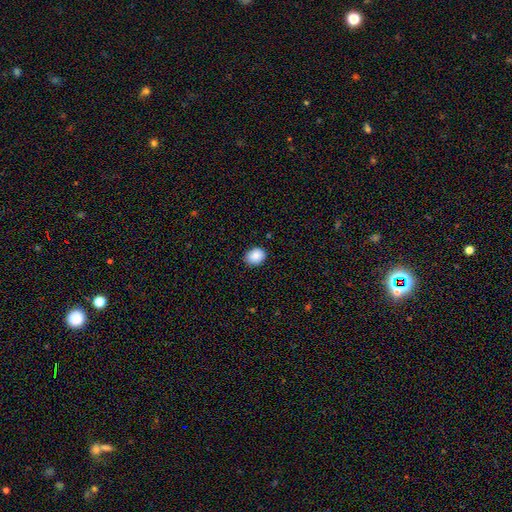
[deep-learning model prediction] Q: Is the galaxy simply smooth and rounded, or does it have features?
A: smooth — 87%.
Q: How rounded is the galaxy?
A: round — 59%.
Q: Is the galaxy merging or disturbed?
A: none — 88%.